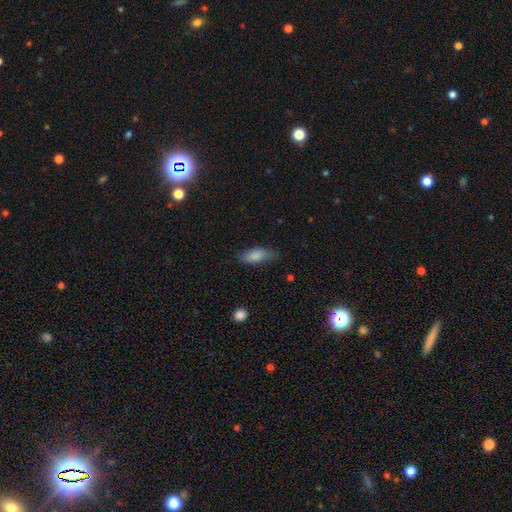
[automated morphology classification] This appears to be a smooth galaxy with no disk features (82%) that is in between round and cigar-shaped (75%). Merging: none (72%).